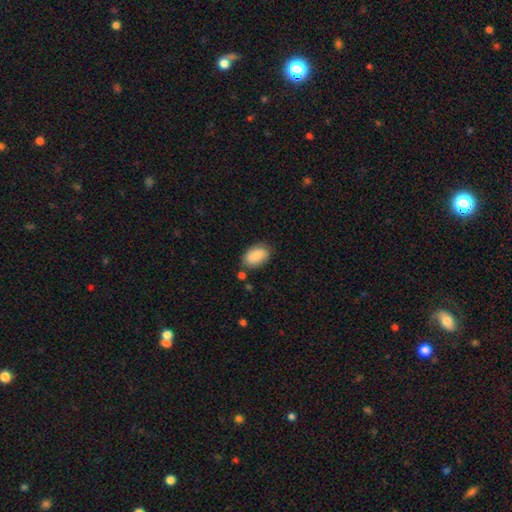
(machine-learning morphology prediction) smooth 84%, featured or disk 9%, star or artifact 7%. Down the decision tree: how rounded — in between (89%); merging — none (75%).